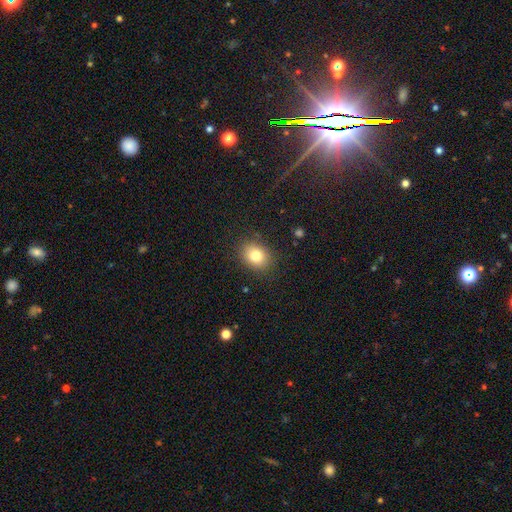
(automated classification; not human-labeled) This is clearly a smooth galaxy (81%). How rounded: possibly in between (54%). Merging: clearly none (85%).